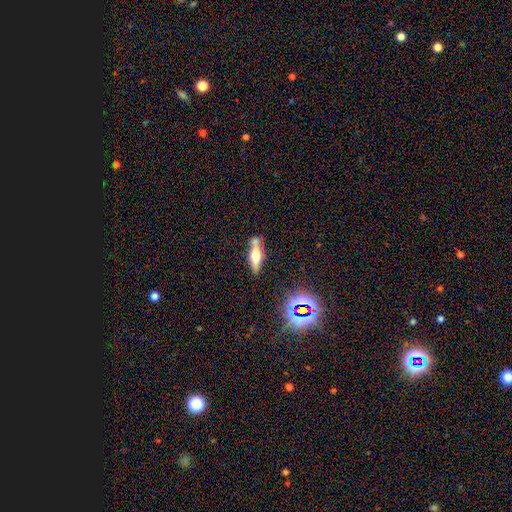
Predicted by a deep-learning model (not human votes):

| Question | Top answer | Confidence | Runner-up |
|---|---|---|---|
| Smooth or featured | featured or disk | 51% | smooth (39%) |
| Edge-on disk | yes | 87% | no (13%) |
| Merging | none | 69% | minor disturbance (16%) |